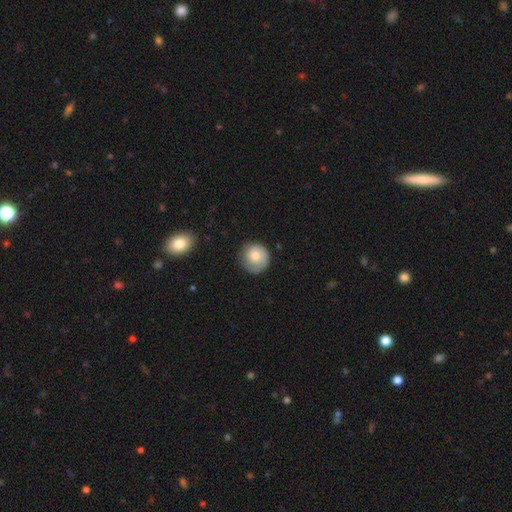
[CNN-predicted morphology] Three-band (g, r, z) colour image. It shows a smooth galaxy with no disk features (68%) that is round (90%). Merging: none (74%).